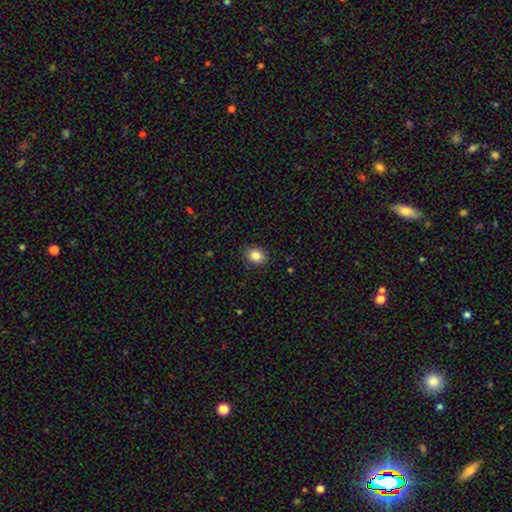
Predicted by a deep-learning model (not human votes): Morphology: type=smooth (85%); roundness=in between (50%); merging=none (88%).